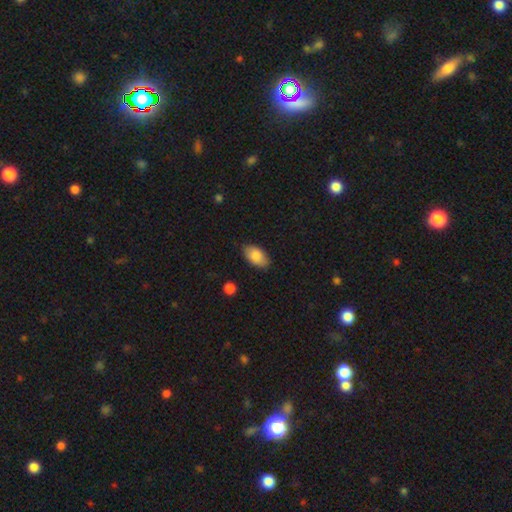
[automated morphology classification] smooth-or-featured: smooth: 84% | featured or disk: 9% | star or artifact: 7%
  how-rounded: in between: 94% | round: 4% | cigar-shaped: 2%
  merging: none: 83% | minor disturbance: 13% | major disturbance: 2% | merger: 1%